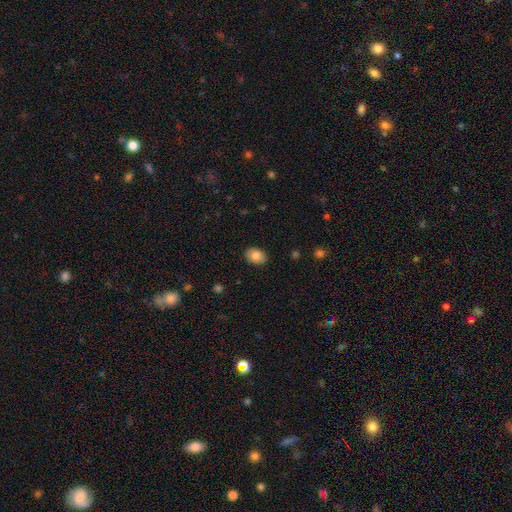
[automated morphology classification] The model was most divided on "how rounded": in between: 69%, round: 30%, cigar-shaped: 1%. More confident: merging — none (88%); smooth or featured — smooth (84%).